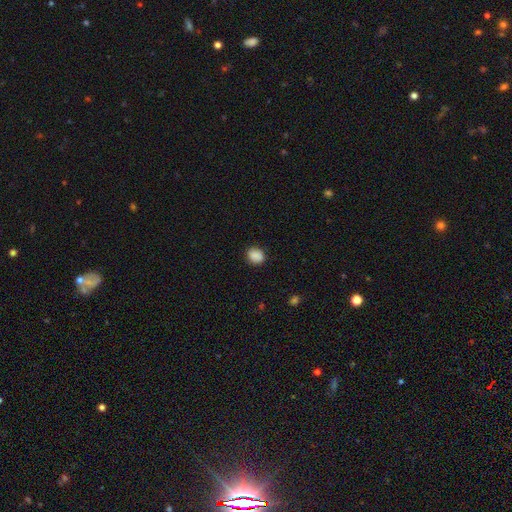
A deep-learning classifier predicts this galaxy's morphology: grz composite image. It shows a smooth galaxy with no disk features (88%) that is round (62%). Merging: none (85%).